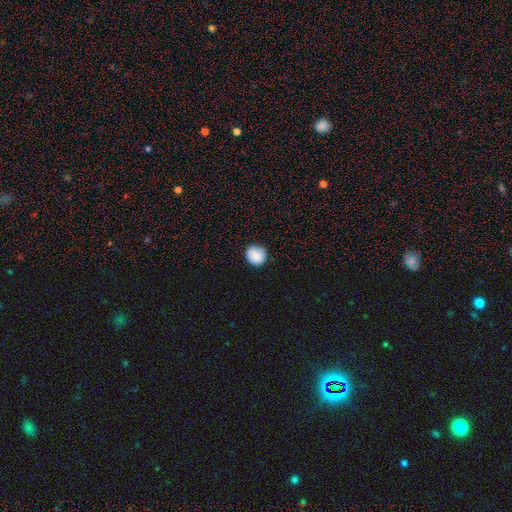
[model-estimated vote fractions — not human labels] Q: Smooth or featured?
A: smooth (86%); runner-up: star or artifact (8%)
Q: How rounded?
A: round (87%); runner-up: in between (12%)
Q: Merging?
A: none (87%); runner-up: minor disturbance (10%)